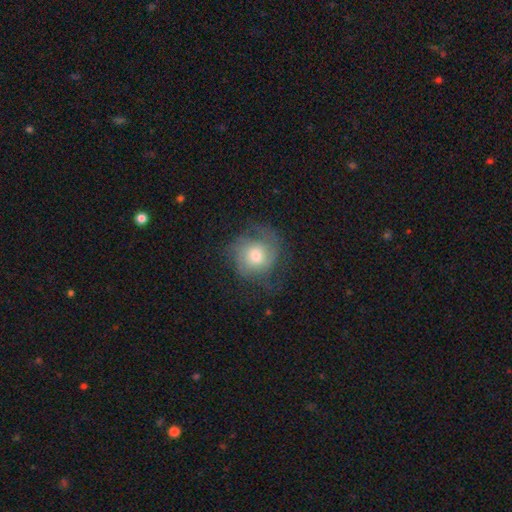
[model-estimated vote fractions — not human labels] Overall: featured or disk (55%; smooth 36%). Edge-on disk: no (97%). Bar: no (78%). Spiral arms: yes (82%). Bulge size: moderate (63%; small 25%). Merging: none (55%; minor disturbance 22%).